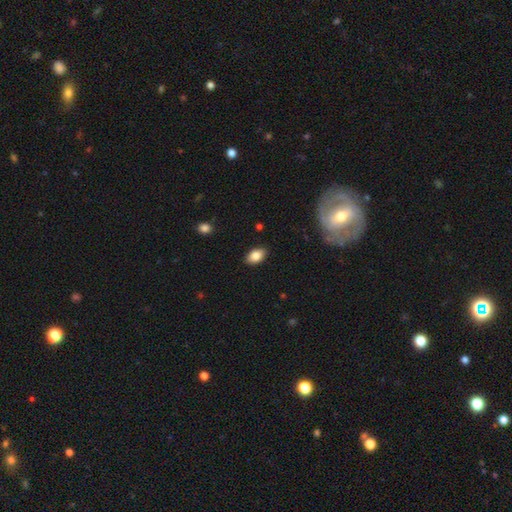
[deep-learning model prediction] Smooth or featured?
  - smooth: 85% *
  - featured or disk: 8%
  - star or artifact: 8%
How rounded?
  - in between: 91% *
  - round: 7%
  - cigar-shaped: 2%
Merging?
  - none: 87% *
  - minor disturbance: 10%
  - major disturbance: 2%
  - merger: 1%